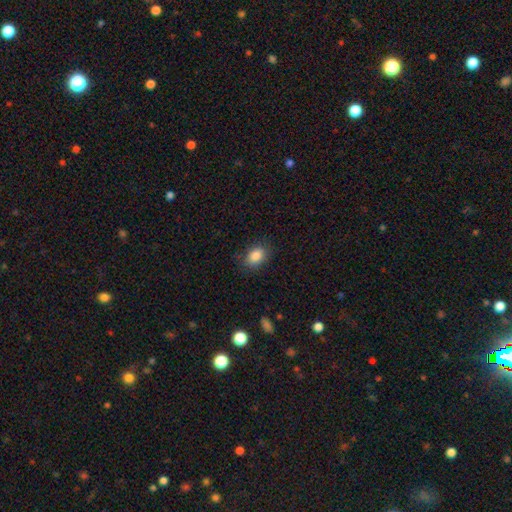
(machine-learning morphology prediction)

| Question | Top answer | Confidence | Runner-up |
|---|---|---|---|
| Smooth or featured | smooth | 86% | star or artifact (9%) |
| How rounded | in between | 81% | round (18%) |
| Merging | none | 81% | minor disturbance (14%) |